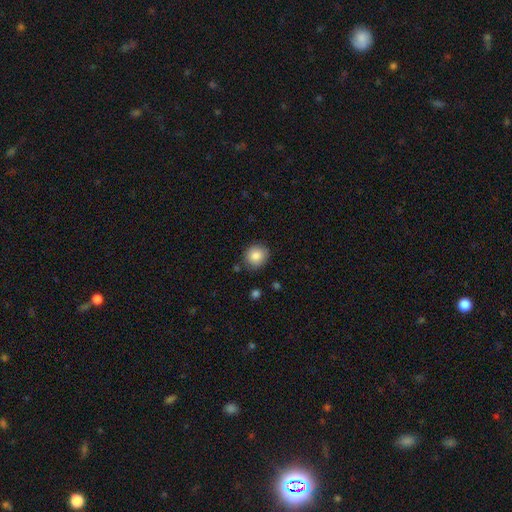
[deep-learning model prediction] Smooth or featured: smooth — 86% (star or artifact — 8%)
How rounded: round — 84% (in between — 15%)
Merging: none — 85% (minor disturbance — 11%)